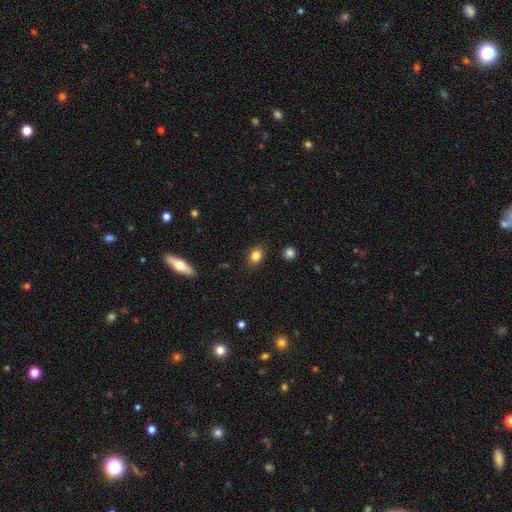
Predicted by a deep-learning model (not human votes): Smooth or featured? Predicted: smooth (p=0.84). How rounded? Predicted: in between (p=0.54). Merging? Predicted: none (p=0.86).